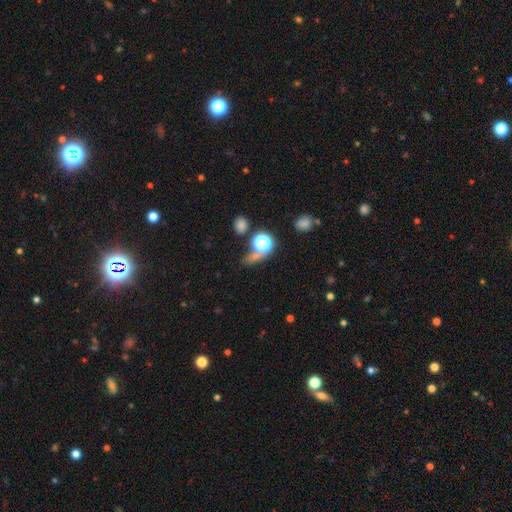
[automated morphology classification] Smooth or featured?
  - star or artifact: 48% *
  - smooth: 40%
  - featured or disk: 12%